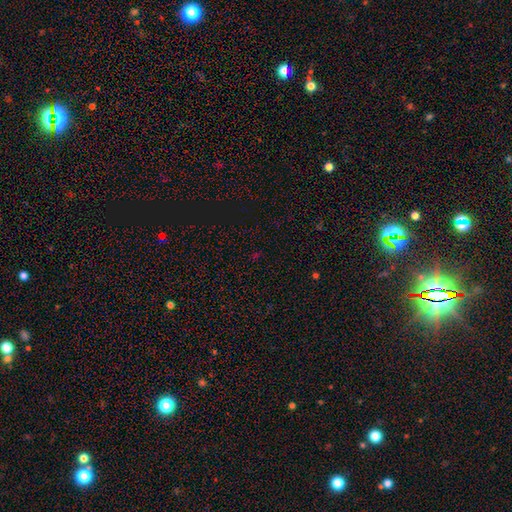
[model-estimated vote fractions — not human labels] A star or artifact, not a galaxy (65%).

Vote fractions:
- Smooth or featured? star or artifact: 65% / smooth: 27% / featured or disk: 7%